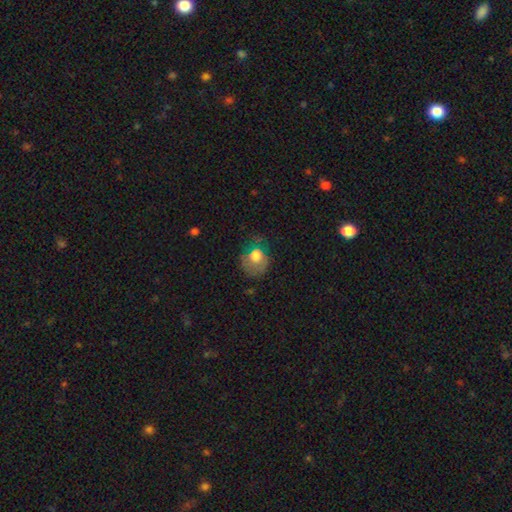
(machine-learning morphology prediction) Smooth or featured? Predicted: smooth (p=0.62). How rounded? Predicted: round (p=0.66). Merging? Predicted: none (p=0.38).